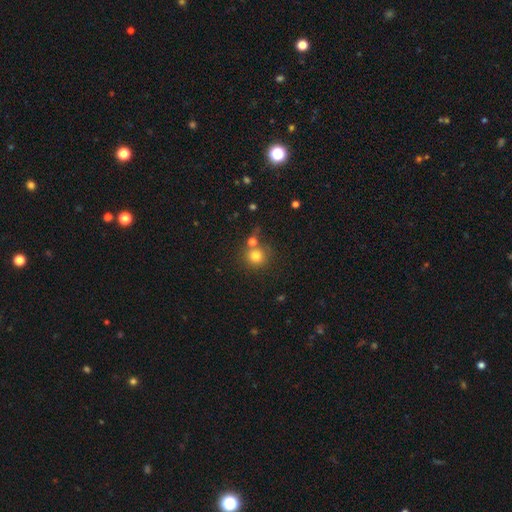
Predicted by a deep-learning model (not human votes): A smooth galaxy with no disk features (78%) that is round (90%).

Vote fractions:
- Smooth or featured? smooth: 78% / star or artifact: 13% / featured or disk: 9%
- How rounded? round: 90% / in between: 9% / cigar-shaped: 1%
- Merging? none: 67% / merger: 20% / minor disturbance: 9% / major disturbance: 4%